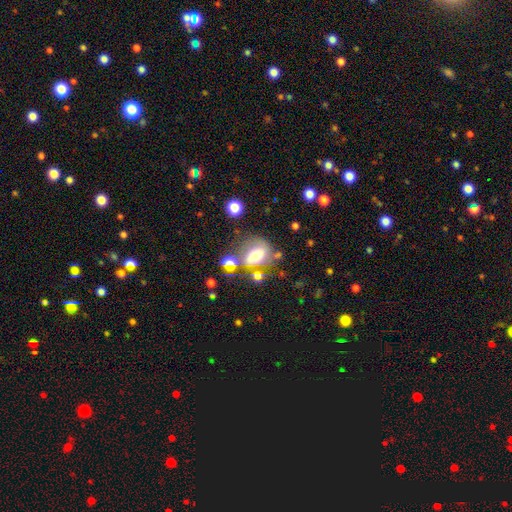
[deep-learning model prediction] A smooth galaxy with no disk features (50%) that is in between round and cigar-shaped (57%). Merging: none (40%).